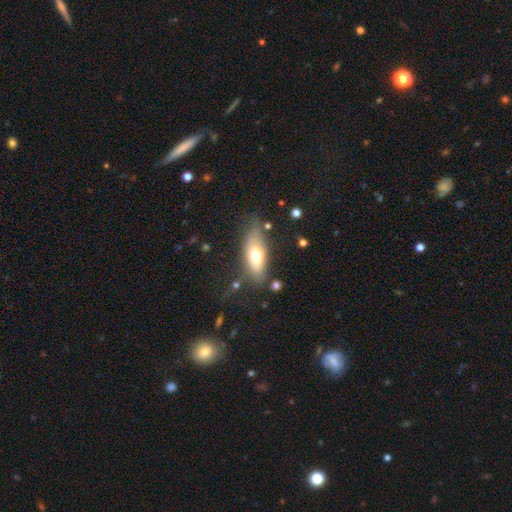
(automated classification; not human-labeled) smooth 65%, featured or disk 28%, star or artifact 7%. Down the decision tree: how rounded — in between (72%); merging — none (67%).